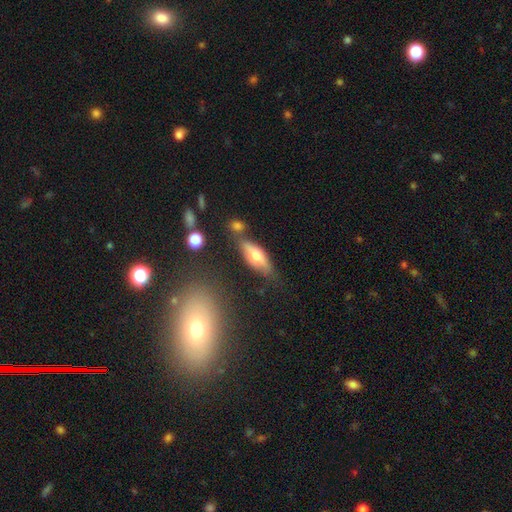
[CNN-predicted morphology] Smooth or featured? Predicted: smooth (p=0.56). How rounded? Predicted: in between (p=0.65). Merging? Predicted: none (p=0.65).